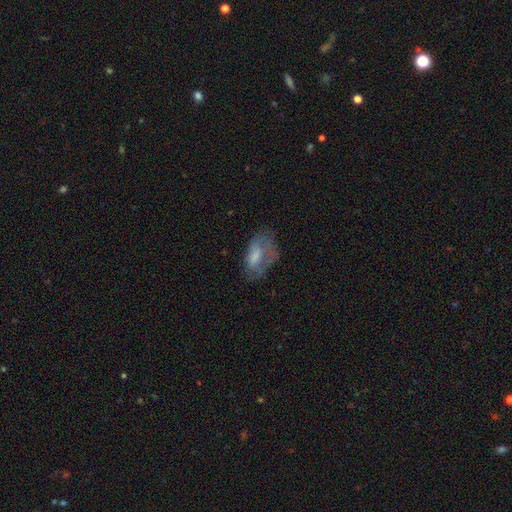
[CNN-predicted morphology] Overall: smooth (56%; featured or disk 36%). How rounded: in between (89%). Merging: none (41%; major disturbance 29%).